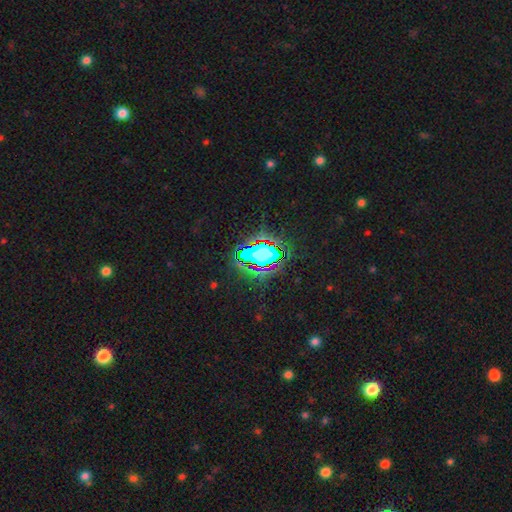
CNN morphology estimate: This appears to be a star or artifact, not a galaxy (69%).